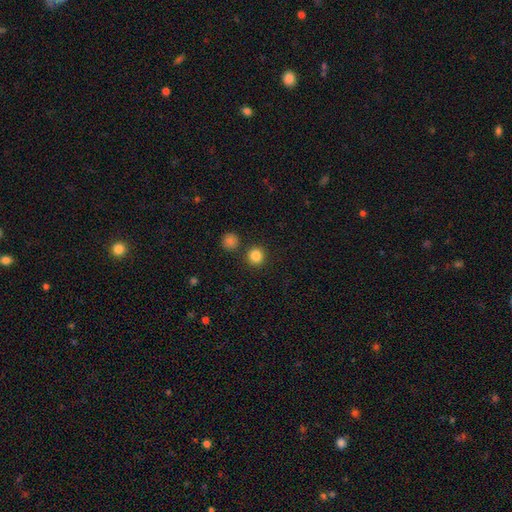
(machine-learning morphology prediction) This appears to be a smooth galaxy with no disk features (85%) that is round (93%). Merging: none (86%).